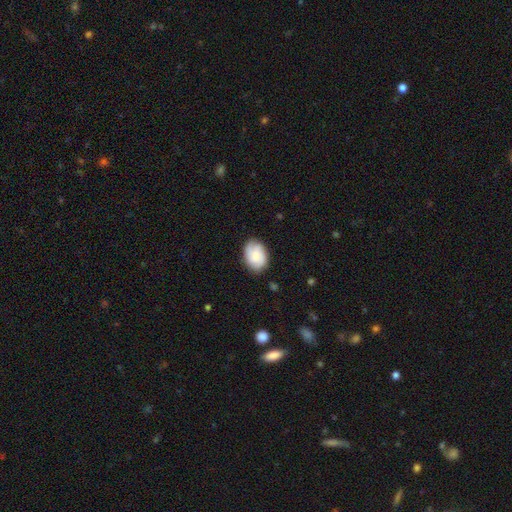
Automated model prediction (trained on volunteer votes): smooth 62%, featured or disk 30%, star or artifact 8%. Down the decision tree: how rounded — in between (78%); merging — none (78%).